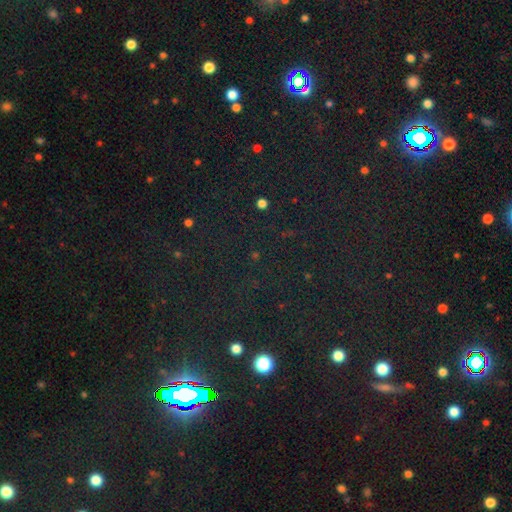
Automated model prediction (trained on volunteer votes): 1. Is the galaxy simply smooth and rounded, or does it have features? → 79% star or artifact, 13% smooth, 8% featured or disk.